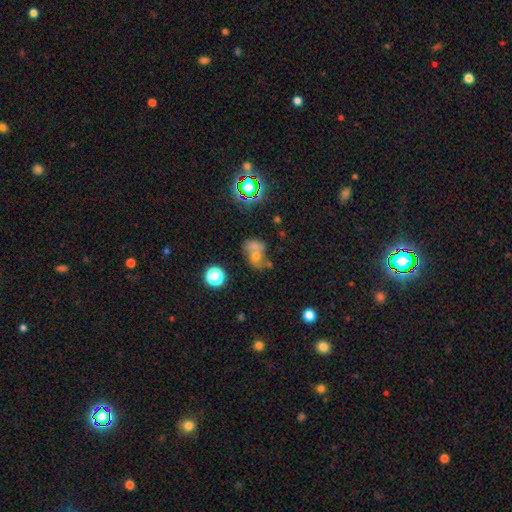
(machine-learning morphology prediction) Smooth or featured? Predicted: featured or disk (p=0.38). Merging? Predicted: merger (p=0.38).